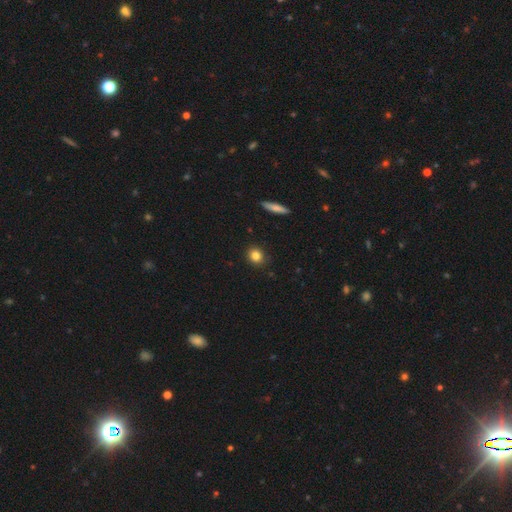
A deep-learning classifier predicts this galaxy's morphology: smooth-or-featured: smooth: 84% | star or artifact: 10% | featured or disk: 7%
  how-rounded: round: 77% | in between: 22% | cigar-shaped: 2%
  merging: none: 87% | minor disturbance: 10% | major disturbance: 2% | merger: 1%